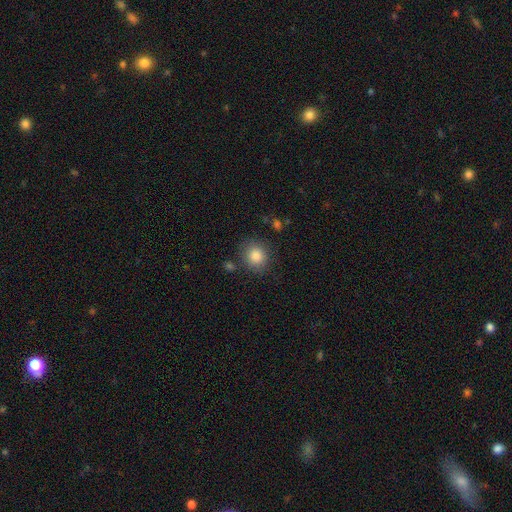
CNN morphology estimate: The model was most divided on "how rounded": round: 81%, in between: 18%, cigar-shaped: 1%. More confident: smooth or featured — smooth (86%); merging — none (81%).